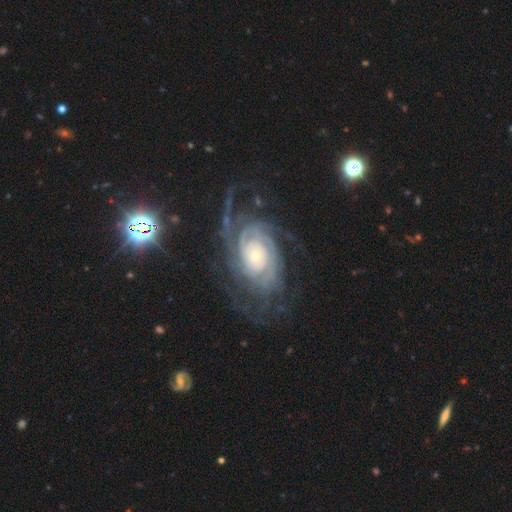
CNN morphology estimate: The model was most divided on "spiral arm count": 2: 25%, can't tell: 24%, 3: 16%, 4: 15%, more than 4: 11%, 1: 8%. More confident: spiral arms — yes (98%); edge-on disk — no (97%); smooth or featured — featured or disk (90%); bar — no (77%); spiral winding — tight (75%); merging — none (66%); bulge size — small (65%).